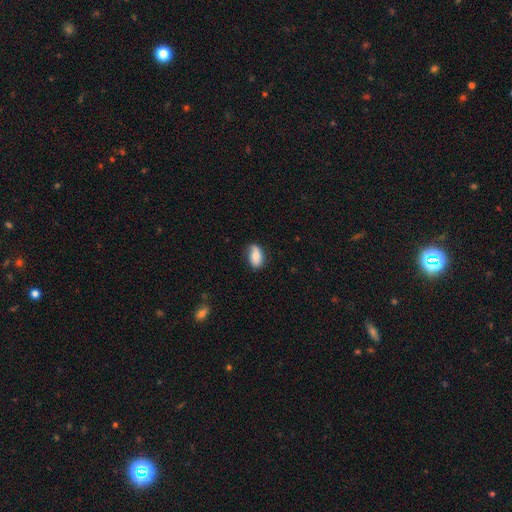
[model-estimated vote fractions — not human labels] smooth_or_featured: smooth (p=0.69) [alt: featured or disk p=0.24]
how_rounded: in between (p=0.90) [alt: round p=0.07]
merging: none (p=0.73) [alt: minor disturbance p=0.22]